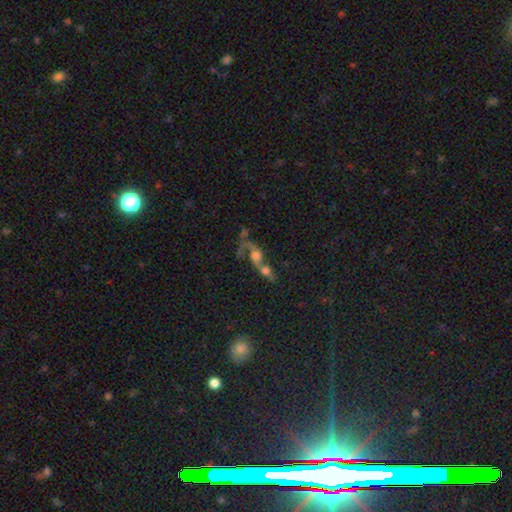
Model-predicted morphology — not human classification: Smooth or featured: featured or disk — 50% (smooth — 34%)
Merging: merger — 72% (major disturbance — 12%)